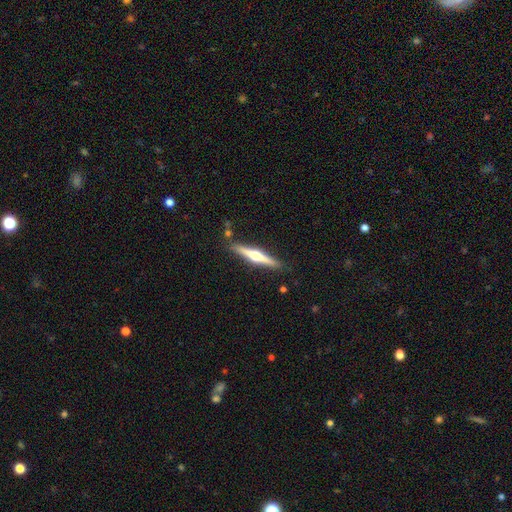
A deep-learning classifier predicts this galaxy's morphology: type=featured or disk (70%); edge-on=yes (98%); edge-on bulge=rounded (94%); merging=none (88%).